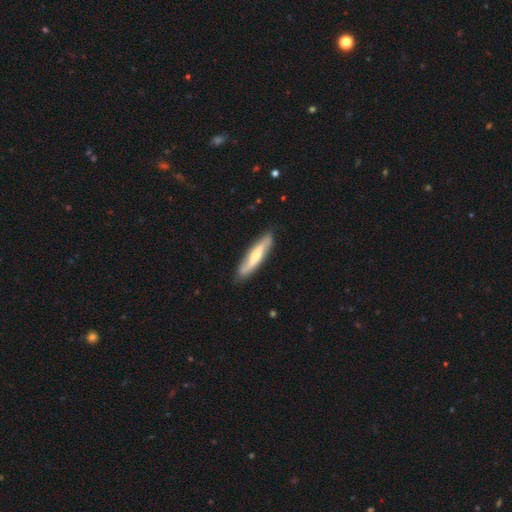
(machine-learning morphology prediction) Overall: featured or disk (57%; smooth 38%). Edge-on disk: no (54%; yes 46%). Merging: none (84%).